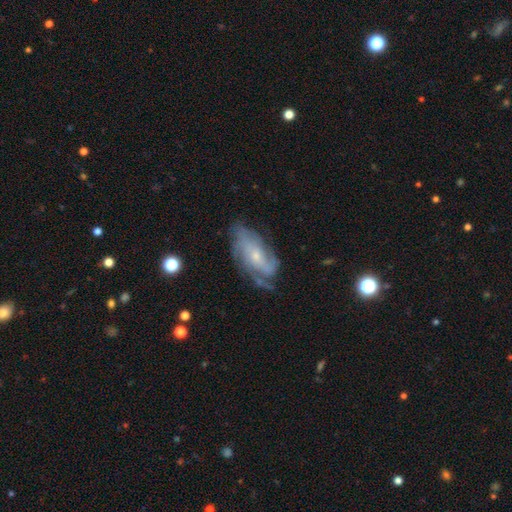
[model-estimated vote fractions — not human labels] A featured or disk galaxy (76%) with no bar (68%), tight (42%) spiral arms (91%) and a small central bulge (72%).

Vote fractions:
- Smooth or featured? featured or disk: 76% / smooth: 17% / star or artifact: 7%
- Edge-on disk? no: 93% / yes: 7%
- Bar? no: 68% / weak: 26% / strong: 6%
- Spiral arms? yes: 91% / no: 9%
- Spiral winding? tight: 42% / medium: 40% / loose: 19%
- Spiral arm count? can't tell: 36% / 2: 24% / 3: 20% / 4: 10% / 1: 5% / more than 4: 5%
- Bulge size? small: 72% / moderate: 23% / none: 3% / large: 1% / dominant: 1%
- Merging? none: 60% / minor disturbance: 24% / major disturbance: 13% / merger: 2%